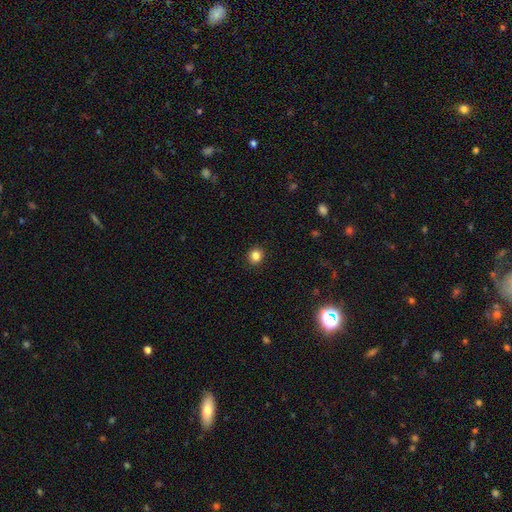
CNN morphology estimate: This appears to be a smooth galaxy with no disk features (84%) that is round (83%). Merging: none (92%).